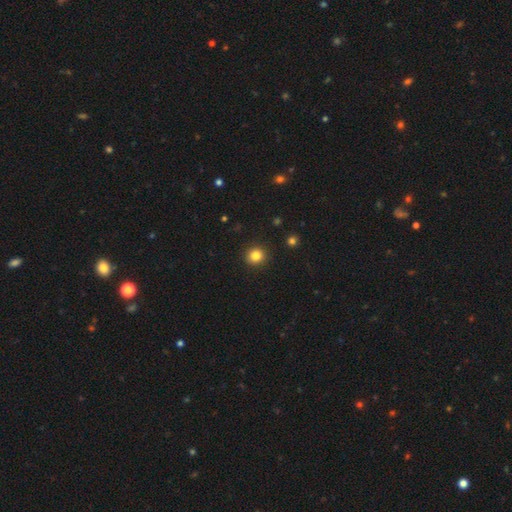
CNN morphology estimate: Smooth or featured? smooth (83%)
How rounded? round (88%)
Merging? none (92%)